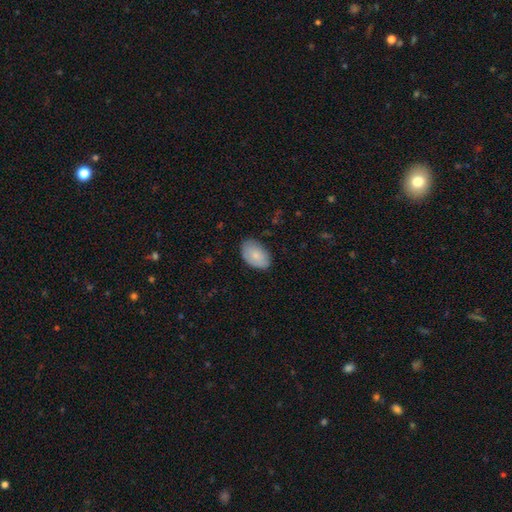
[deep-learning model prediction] A smooth galaxy with no disk features (81%) that is in between round and cigar-shaped (91%).

Vote fractions:
- Smooth or featured? smooth: 81% / featured or disk: 13% / star or artifact: 6%
- How rounded? in between: 91% / round: 8% / cigar-shaped: 1%
- Merging? none: 78% / minor disturbance: 17% / major disturbance: 3% / merger: 1%